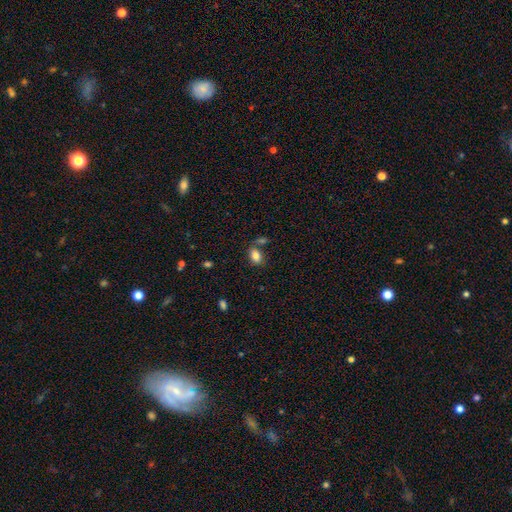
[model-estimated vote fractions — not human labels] Q: Smooth or featured?
A: smooth (83%); runner-up: star or artifact (9%)
Q: How rounded?
A: in between (84%); runner-up: round (15%)
Q: Merging?
A: none (66%); runner-up: merger (16%)